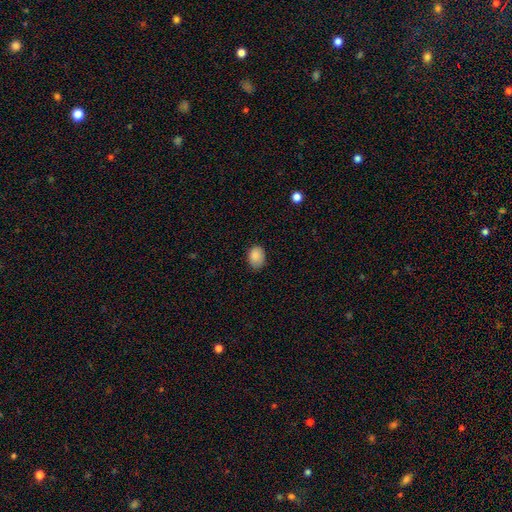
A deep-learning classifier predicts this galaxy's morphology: A smooth galaxy with no disk features (87%) that is in between round and cigar-shaped (74%).

Vote fractions:
- Smooth or featured? smooth: 87% / star or artifact: 8% / featured or disk: 5%
- How rounded? in between: 74% / round: 25% / cigar-shaped: 1%
- Merging? none: 74% / minor disturbance: 21% / major disturbance: 3% / merger: 1%